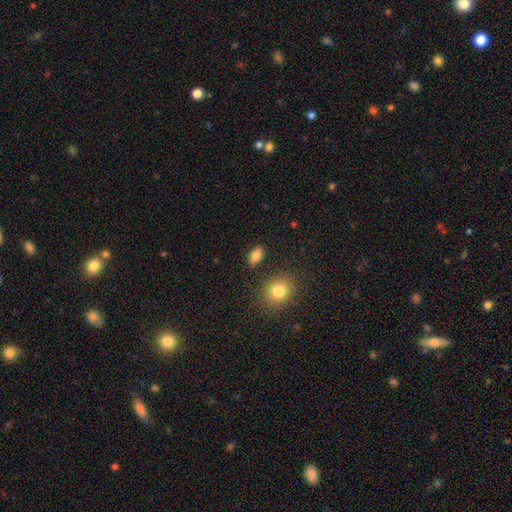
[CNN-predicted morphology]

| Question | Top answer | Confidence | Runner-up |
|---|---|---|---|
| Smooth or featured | smooth | 84% | star or artifact (9%) |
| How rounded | in between | 88% | round (9%) |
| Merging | none | 86% | minor disturbance (8%) |